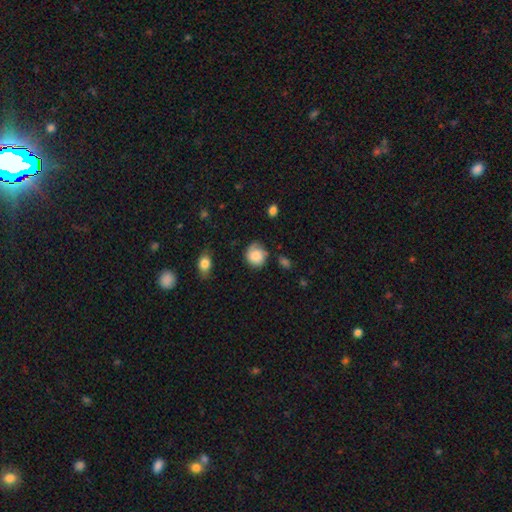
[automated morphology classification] A smooth galaxy with no disk features (76%) that is round (78%). Merging: none (57%).